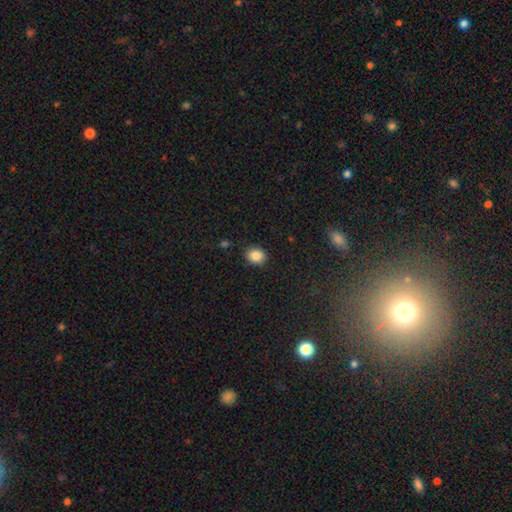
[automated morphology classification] type=smooth (87%); roundness=round (56%); merging=none (88%).